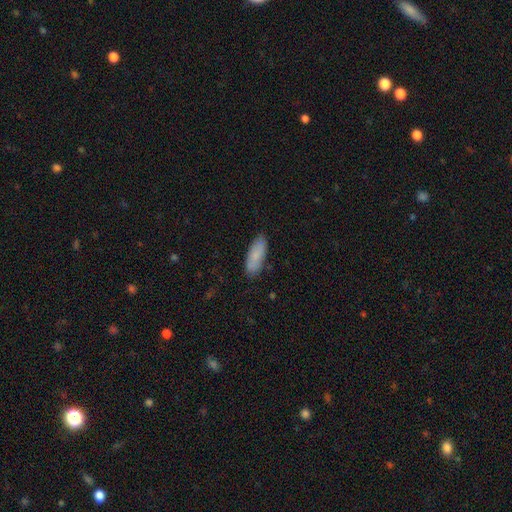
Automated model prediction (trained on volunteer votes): Q: Smooth or featured?
A: smooth (81%); runner-up: featured or disk (13%)
Q: How rounded?
A: in between (68%); runner-up: cigar-shaped (31%)
Q: Merging?
A: none (82%); runner-up: minor disturbance (14%)